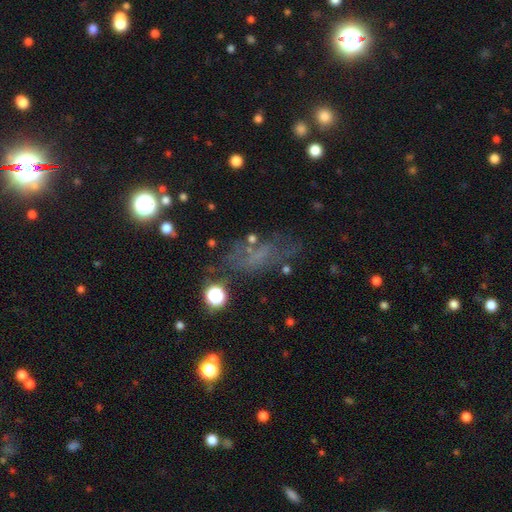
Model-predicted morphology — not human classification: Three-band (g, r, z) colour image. It shows a smooth galaxy with no disk features (43%). Merging: none (60%).